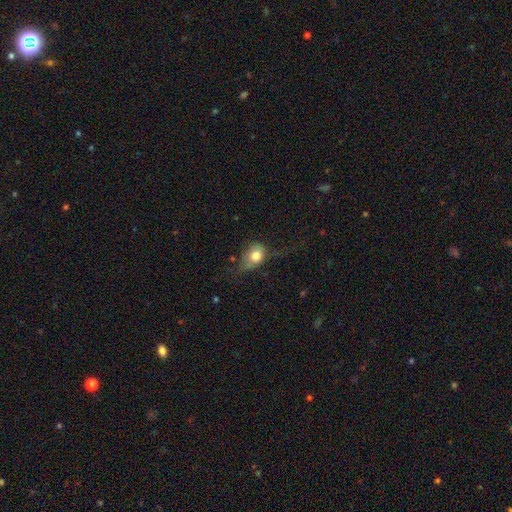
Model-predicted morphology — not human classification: Smooth or featured?
  - smooth: 74% *
  - featured or disk: 17%
  - star or artifact: 9%
How rounded?
  - in between: 58% *
  - round: 40%
  - cigar-shaped: 2%
Merging?
  - none: 36% *
  - minor disturbance: 32%
  - major disturbance: 29%
  - merger: 3%